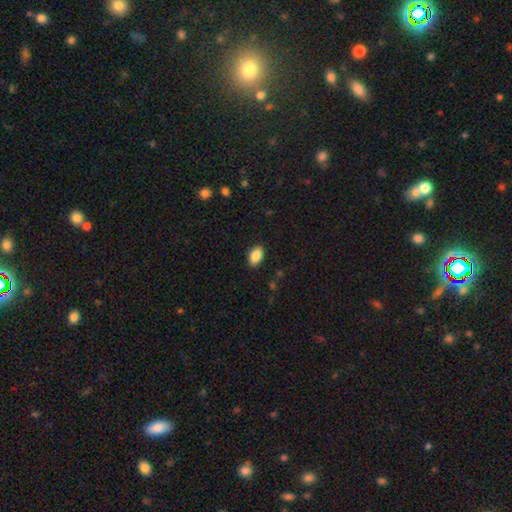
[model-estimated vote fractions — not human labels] This appears to be a smooth galaxy with no disk features (87%) that is in between round and cigar-shaped (91%). Merging: none (88%).